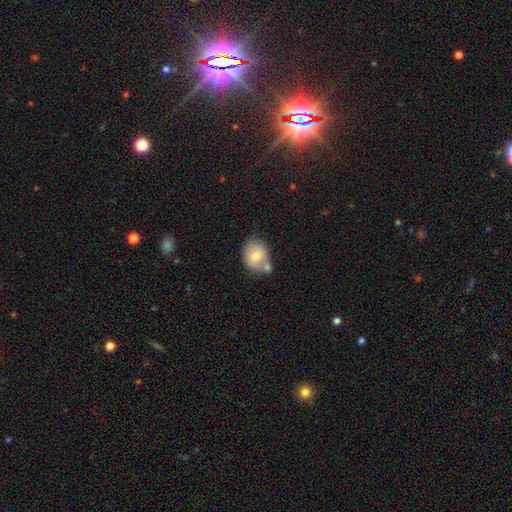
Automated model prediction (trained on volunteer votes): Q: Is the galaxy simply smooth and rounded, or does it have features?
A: smooth — 71%.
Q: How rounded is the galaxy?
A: round — 53%.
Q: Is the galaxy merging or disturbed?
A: none — 46%.